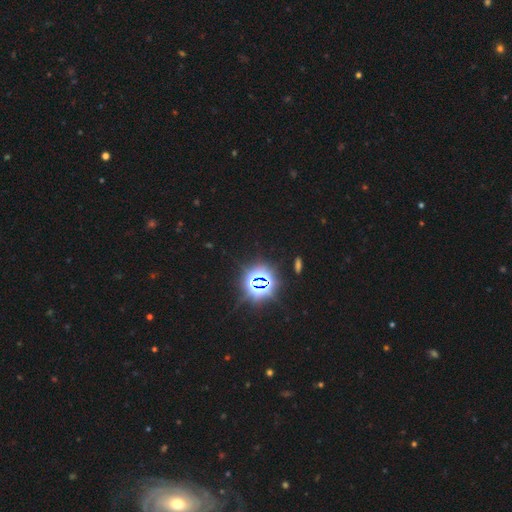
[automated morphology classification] A star or artifact, not a galaxy (77%).

Vote fractions:
- Smooth or featured? star or artifact: 77% / smooth: 15% / featured or disk: 8%